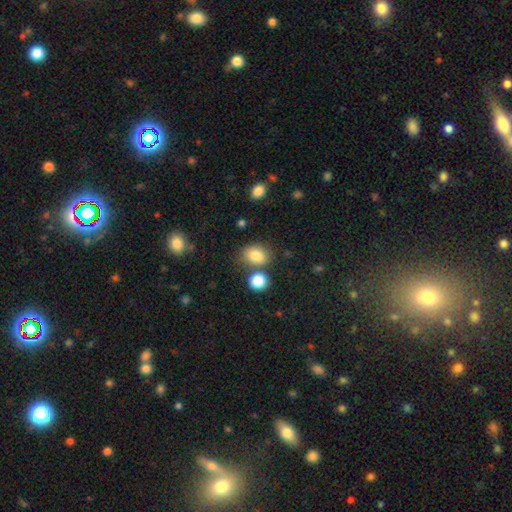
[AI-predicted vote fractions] Smooth or featured? smooth (82%)
How rounded? in between (62%)
Merging? none (67%)